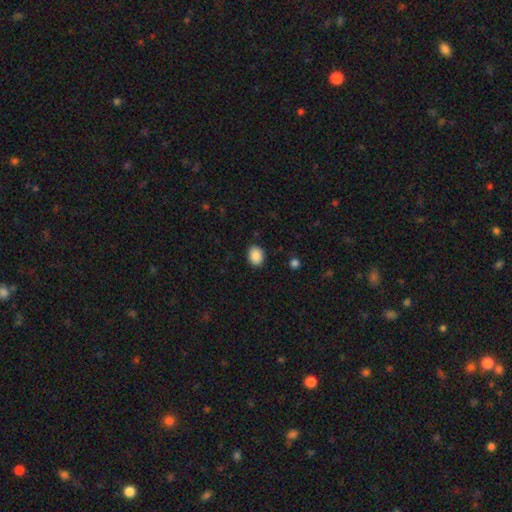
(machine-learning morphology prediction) Smooth or featured? Predicted: smooth (p=0.89). How rounded? Predicted: in between (p=0.58). Merging? Predicted: none (p=0.88).